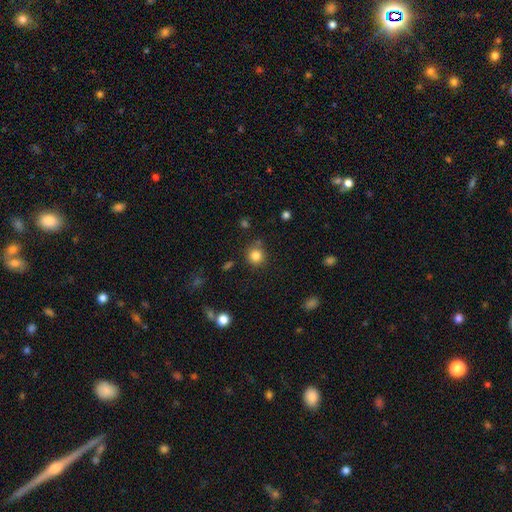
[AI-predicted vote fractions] This appears to be a smooth galaxy with no disk features (83%) that is round (92%). Merging: none (80%).